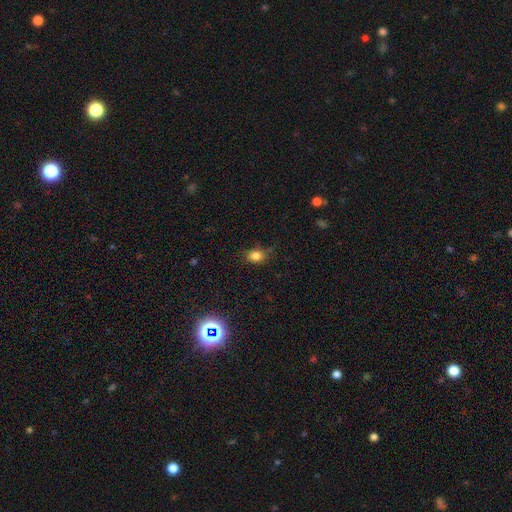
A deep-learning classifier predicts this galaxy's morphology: Smooth or featured: smooth — 81% (star or artifact — 12%)
How rounded: in between — 60% (round — 38%)
Merging: none — 76% (minor disturbance — 18%)